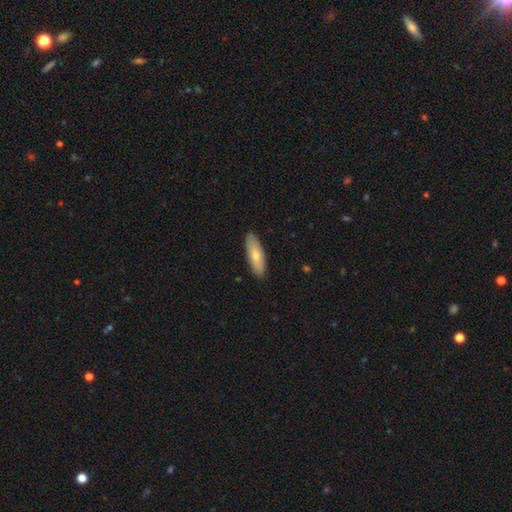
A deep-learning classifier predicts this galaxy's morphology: A smooth galaxy with no disk features (71%) that is in between round and cigar-shaped (60%). Merging: none (89%).